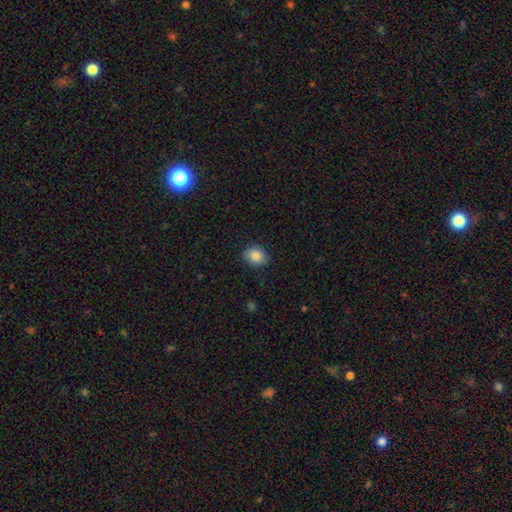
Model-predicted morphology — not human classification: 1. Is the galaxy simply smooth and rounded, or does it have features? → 85% smooth, 9% star or artifact, 6% featured or disk.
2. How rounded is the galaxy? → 54% round, 45% in between, 1% cigar-shaped.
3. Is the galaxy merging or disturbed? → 85% none, 11% minor disturbance, 2% major disturbance, 1% merger.